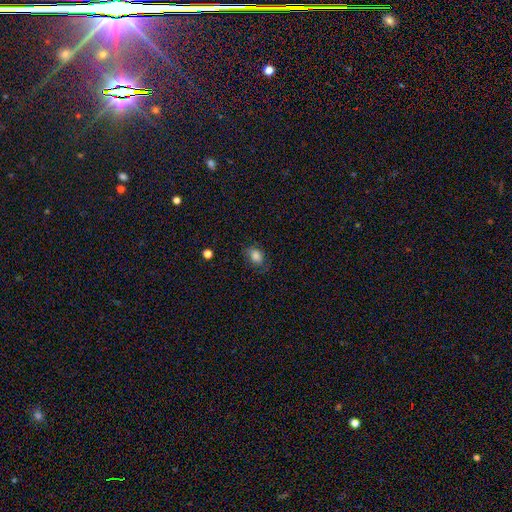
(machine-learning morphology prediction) smooth-or-featured: smooth: 81% | star or artifact: 10% | featured or disk: 9%
  how-rounded: in between: 74% | round: 25% | cigar-shaped: 1%
  merging: none: 69% | minor disturbance: 21% | major disturbance: 8% | merger: 1%